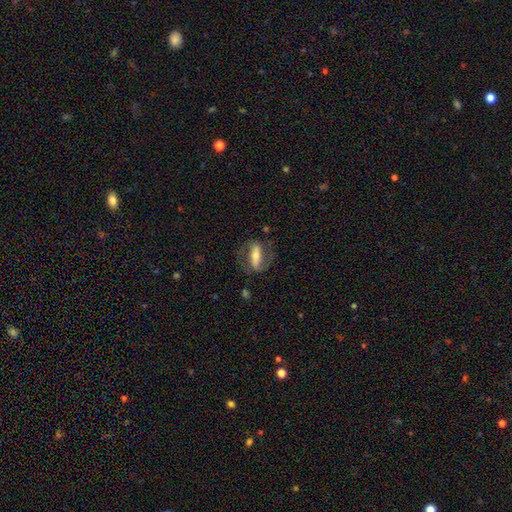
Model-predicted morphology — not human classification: The model was most divided on "bulge size": moderate: 50%, small: 34%, large: 11%, none: 3%, dominant: 2%. More confident: edge-on disk — no (85%); spiral arms — yes (77%); merging — none (70%); smooth or featured — featured or disk (69%); bar — strong (66%).